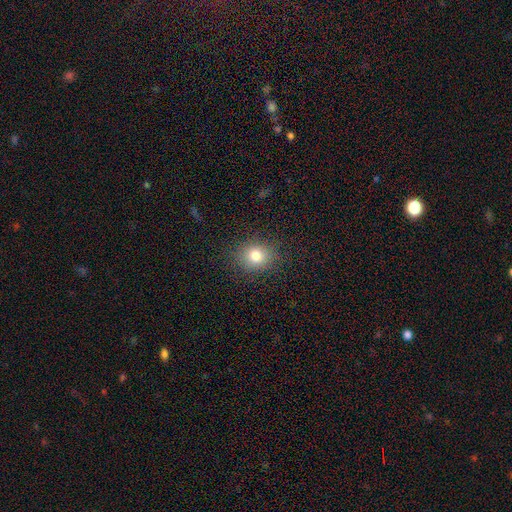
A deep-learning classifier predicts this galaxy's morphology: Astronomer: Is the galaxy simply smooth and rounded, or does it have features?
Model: smooth — 79%.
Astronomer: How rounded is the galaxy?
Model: round — 67%.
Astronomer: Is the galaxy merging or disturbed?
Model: none — 86%.